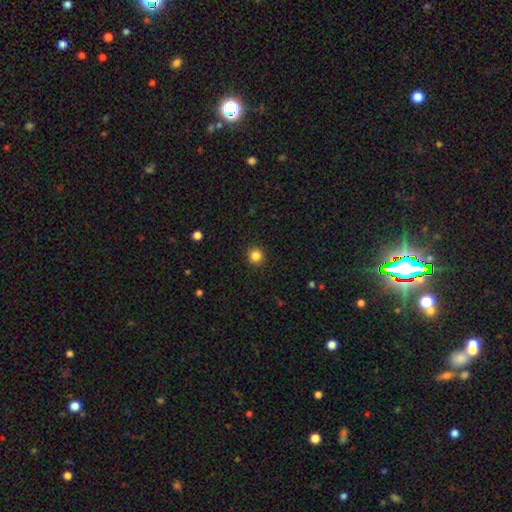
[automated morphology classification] smooth-or-featured: smooth: 84% | star or artifact: 11% | featured or disk: 4%
  how-rounded: round: 94% | in between: 5% | cigar-shaped: 1%
  merging: none: 92% | minor disturbance: 5% | major disturbance: 2% | merger: 1%